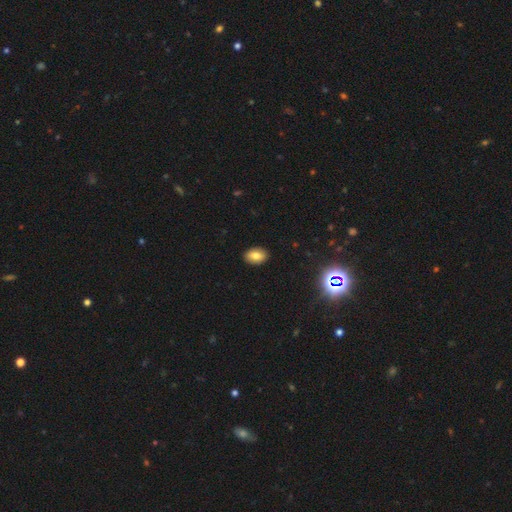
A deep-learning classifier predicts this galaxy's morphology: type=smooth (76%); roundness=in between (86%); merging=none (90%).